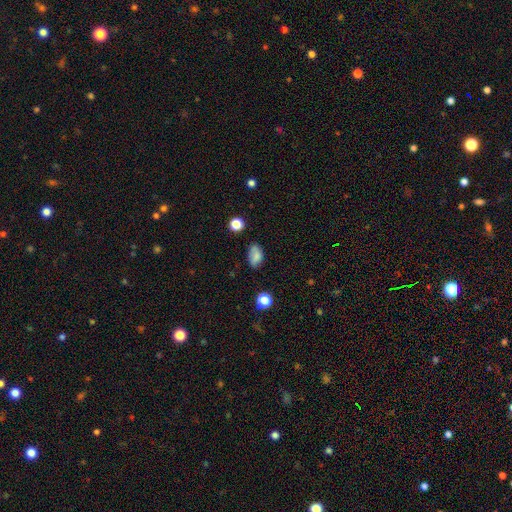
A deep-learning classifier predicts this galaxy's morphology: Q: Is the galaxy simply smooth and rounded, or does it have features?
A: smooth — 77%.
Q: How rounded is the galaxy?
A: in between — 87%.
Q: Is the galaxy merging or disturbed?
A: none — 67%.